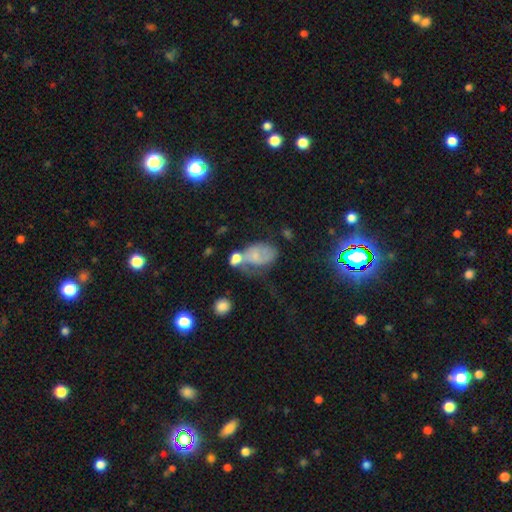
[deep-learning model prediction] This is possibly a smooth galaxy (47%). Merging: marginally major disturbance (28%).